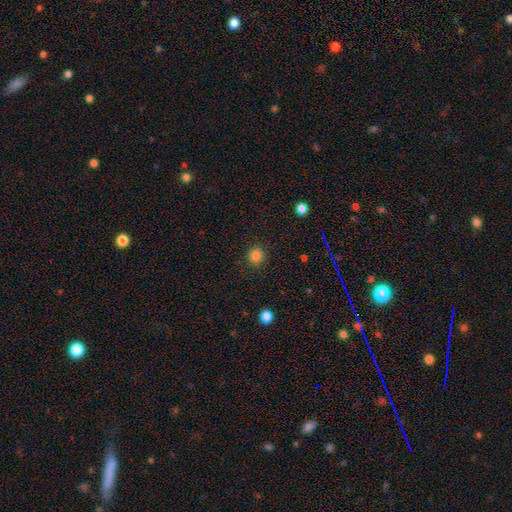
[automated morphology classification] type=smooth (84%); roundness=round (87%); merging=none (89%).